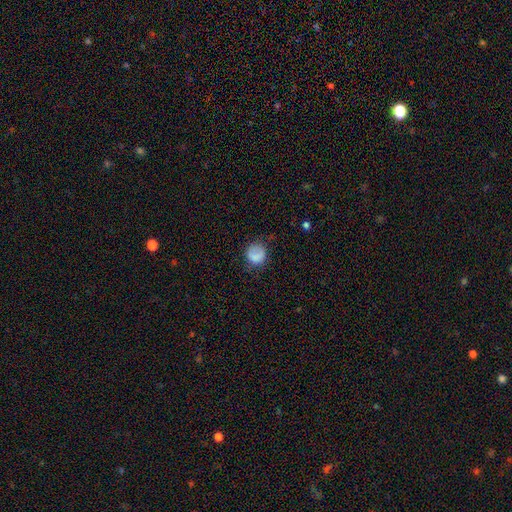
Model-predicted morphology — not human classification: Smooth or featured? Predicted: smooth (p=0.80). How rounded? Predicted: round (p=0.79). Merging? Predicted: none (p=0.62).